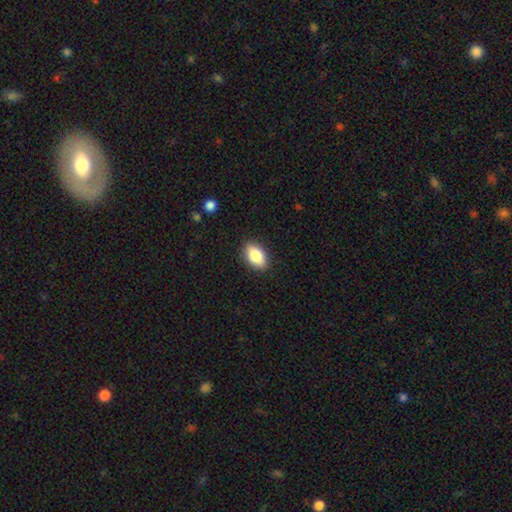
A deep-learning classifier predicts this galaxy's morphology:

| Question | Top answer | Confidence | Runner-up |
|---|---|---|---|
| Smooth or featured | smooth | 86% | featured or disk (7%) |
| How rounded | in between | 91% | round (7%) |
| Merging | none | 89% | minor disturbance (8%) |